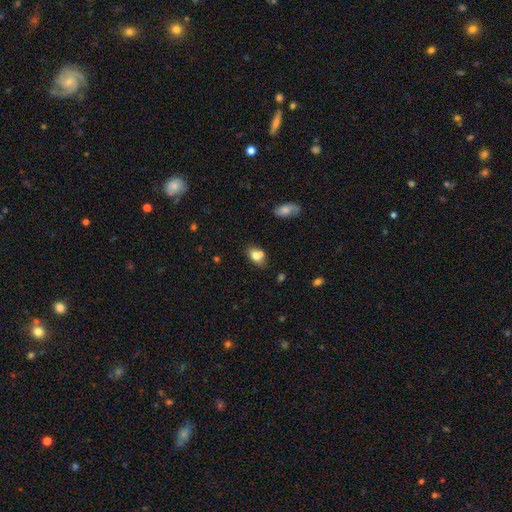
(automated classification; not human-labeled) Smooth or featured: smooth — 73% (featured or disk — 16%)
How rounded: in between — 75% (round — 23%)
Merging: none — 44% (merger — 37%)